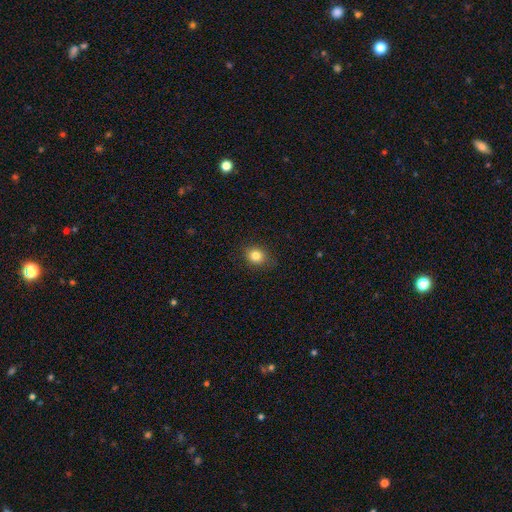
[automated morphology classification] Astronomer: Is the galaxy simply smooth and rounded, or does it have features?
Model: smooth — 83%.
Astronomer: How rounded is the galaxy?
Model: round — 67%.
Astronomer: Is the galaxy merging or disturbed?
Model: none — 86%.